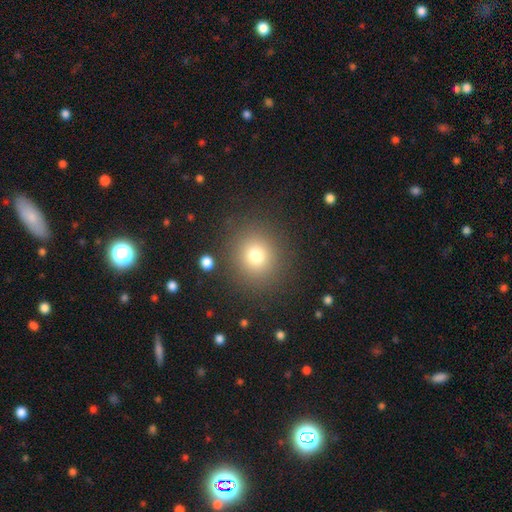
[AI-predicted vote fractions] A smooth galaxy with no disk features (75%) that is round (89%).

Vote fractions:
- Smooth or featured? smooth: 75% / star or artifact: 16% / featured or disk: 9%
- How rounded? round: 89% / in between: 10% / cigar-shaped: 1%
- Merging? none: 87% / minor disturbance: 7% / major disturbance: 4% / merger: 2%